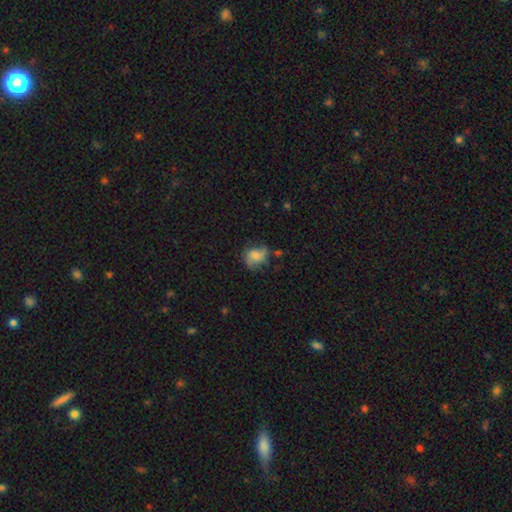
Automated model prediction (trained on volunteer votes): Smooth or featured?
  - smooth: 54% *
  - featured or disk: 36%
  - star or artifact: 10%
How rounded?
  - round: 53% *
  - in between: 46%
  - cigar-shaped: 1%
Merging?
  - none: 51% *
  - minor disturbance: 29%
  - major disturbance: 16%
  - merger: 3%